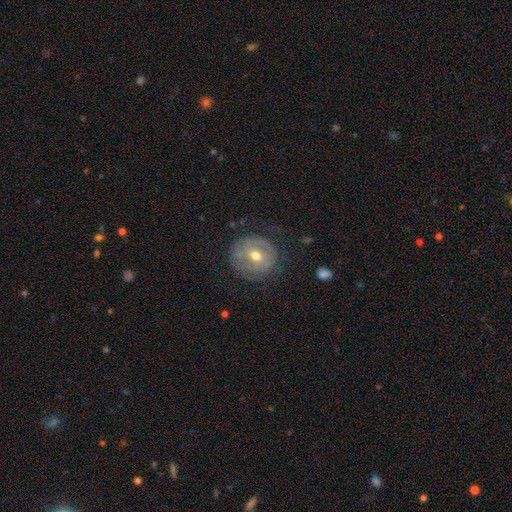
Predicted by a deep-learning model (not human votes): This appears to be a featured or disk galaxy (61%) with no bar (51%), no spiral arms (52%) and a moderate central bulge (70%). Merging: none (73%).